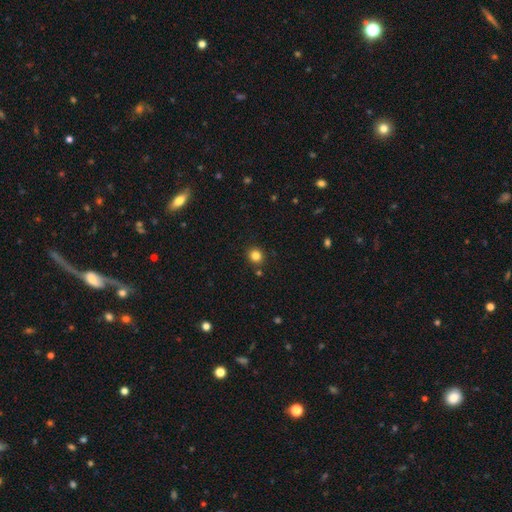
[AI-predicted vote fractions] Smooth or featured: smooth — 83% (star or artifact — 13%)
How rounded: round — 88% (in between — 11%)
Merging: none — 88% (minor disturbance — 7%)